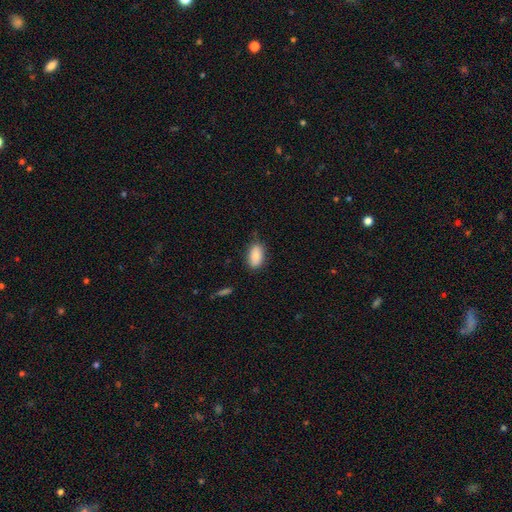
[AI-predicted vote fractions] A smooth galaxy with no disk features (85%) that is in between round and cigar-shaped (92%).

Vote fractions:
- Smooth or featured? smooth: 85% / featured or disk: 8% / star or artifact: 7%
- How rounded? in between: 92% / round: 5% / cigar-shaped: 3%
- Merging? none: 75% / minor disturbance: 19% / major disturbance: 3% / merger: 2%